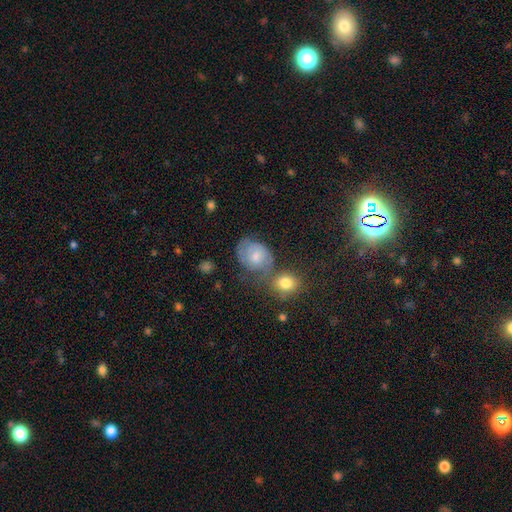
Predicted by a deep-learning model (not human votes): Morphology: type=smooth (49%); merging=none (42%).